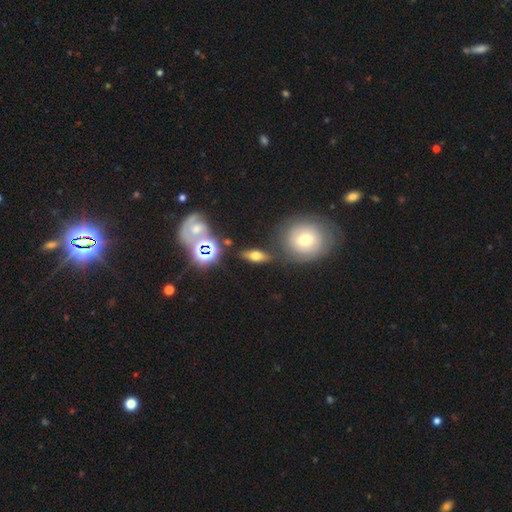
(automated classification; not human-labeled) Smooth or featured: smooth — 59% (featured or disk — 26%)
How rounded: in between — 69% (cigar-shaped — 18%)
Merging: none — 76% (minor disturbance — 13%)